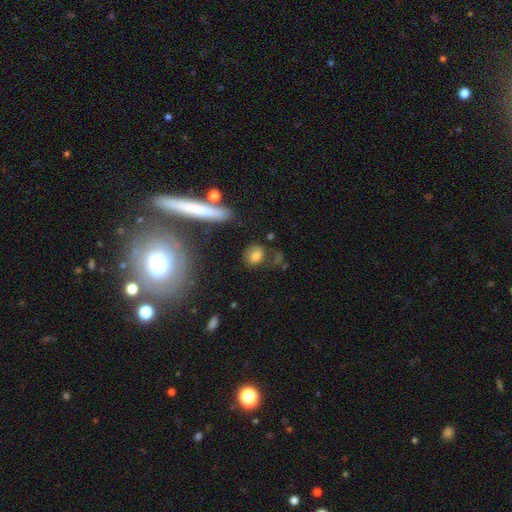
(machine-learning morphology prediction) This appears to be a smooth galaxy with no disk features (74%) that is in between round and cigar-shaped (54%). Merging: none (63%).